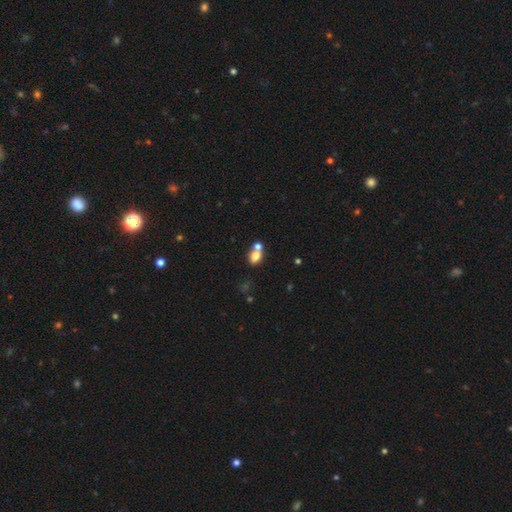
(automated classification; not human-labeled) smooth-or-featured: smooth: 76% | featured or disk: 13% | star or artifact: 11%
  how-rounded: in between: 74% | round: 24% | cigar-shaped: 2%
  merging: merger: 48% | none: 38% | minor disturbance: 9% | major disturbance: 4%